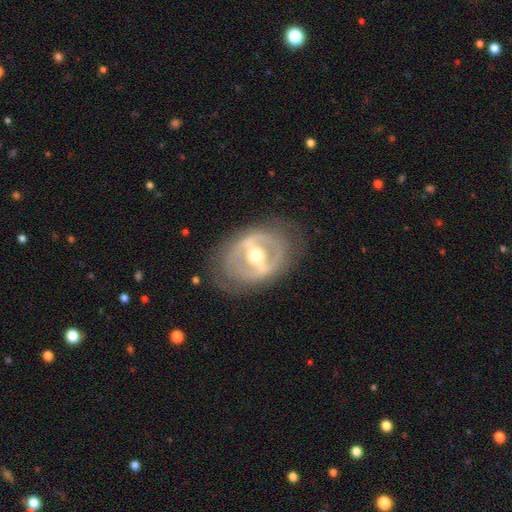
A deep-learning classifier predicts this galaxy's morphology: Smooth or featured: featured or disk — 81% (smooth — 14%)
Edge-on disk: no — 93% (yes — 7%)
Bar: strong — 68% (weak — 21%)
Spiral arms: no — 63% (yes — 37%)
Bulge size: moderate — 73% (small — 18%)
Merging: none — 75% (minor disturbance — 15%)